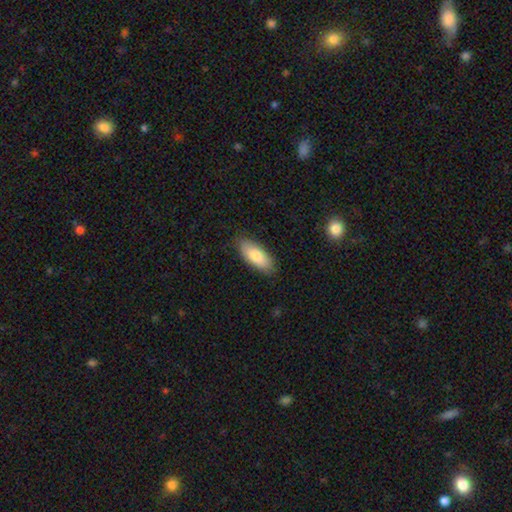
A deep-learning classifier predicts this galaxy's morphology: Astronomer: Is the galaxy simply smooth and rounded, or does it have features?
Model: smooth — 81%.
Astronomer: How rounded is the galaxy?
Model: in between — 84%.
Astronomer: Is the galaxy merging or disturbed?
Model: none — 84%.